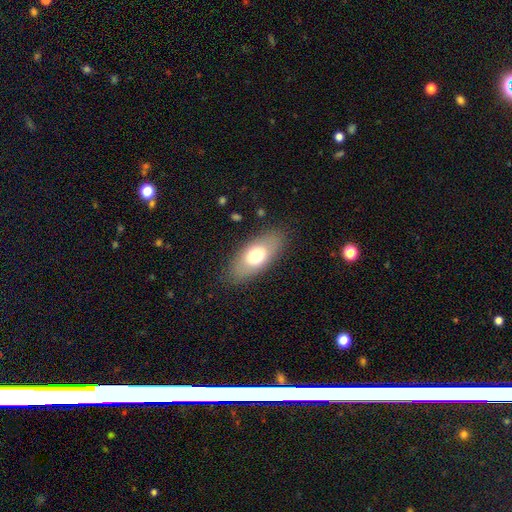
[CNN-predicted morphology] type=smooth (67%); roundness=in between (87%); merging=none (83%).